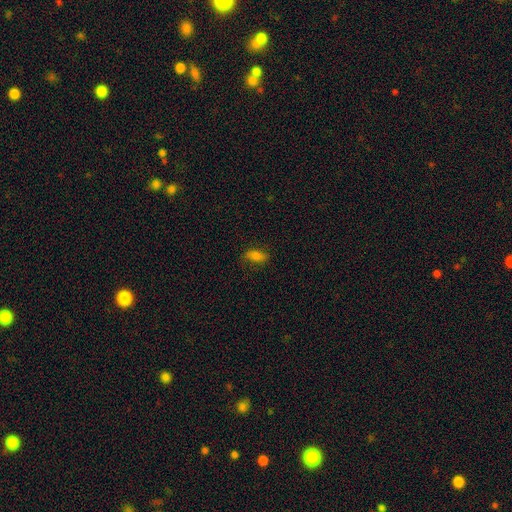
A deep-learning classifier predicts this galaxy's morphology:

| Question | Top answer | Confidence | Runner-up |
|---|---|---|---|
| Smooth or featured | smooth | 76% | featured or disk (13%) |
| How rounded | in between | 85% | cigar-shaped (10%) |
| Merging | none | 74% | minor disturbance (19%) |